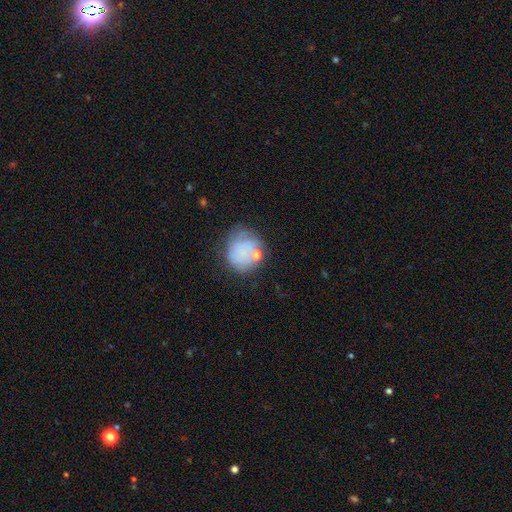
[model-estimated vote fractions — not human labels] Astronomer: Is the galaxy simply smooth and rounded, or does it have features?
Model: smooth — 57%.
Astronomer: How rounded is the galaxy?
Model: round — 81%.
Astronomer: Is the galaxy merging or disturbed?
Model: none — 64%.